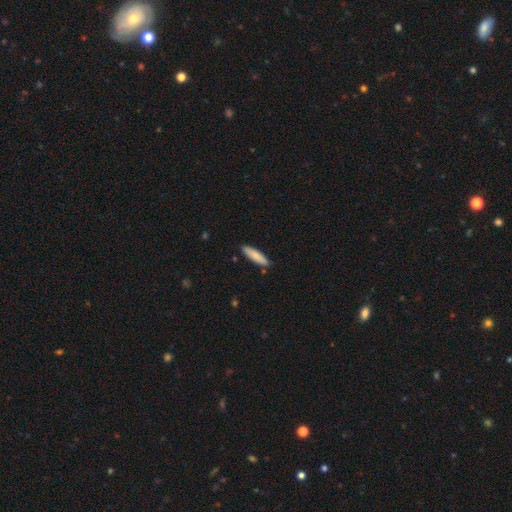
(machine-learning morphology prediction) A smooth galaxy with no disk features (83%) that is cigar-shaped (71%).

Vote fractions:
- Smooth or featured? smooth: 83% / featured or disk: 11% / star or artifact: 6%
- How rounded? cigar-shaped: 71% / in between: 28% / round: 1%
- Merging? none: 87% / minor disturbance: 10% / merger: 2% / major disturbance: 2%